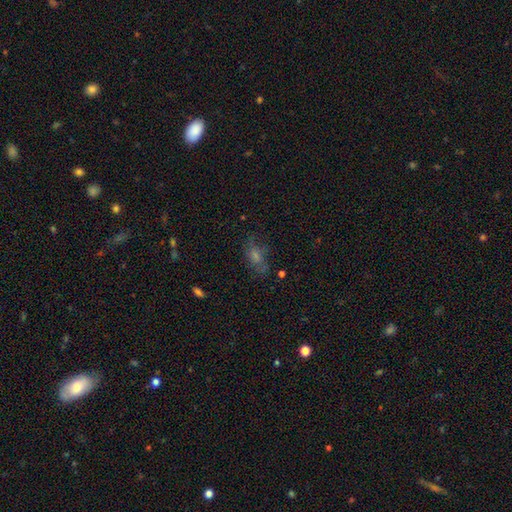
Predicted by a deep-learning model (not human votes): smooth 38%, featured or disk 31%, star or artifact 31%. Down the decision tree: merging — none (64%).